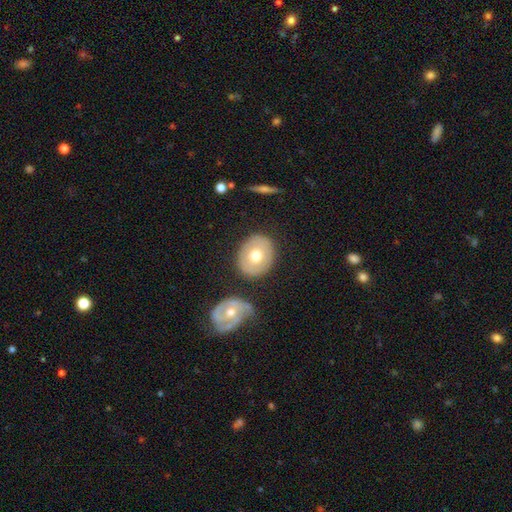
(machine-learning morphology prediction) smooth-or-featured: smooth: 61% | featured or disk: 32% | star or artifact: 6%
  how-rounded: round: 57% | in between: 42% | cigar-shaped: 1%
  merging: none: 78% | minor disturbance: 11% | merger: 7% | major disturbance: 4%